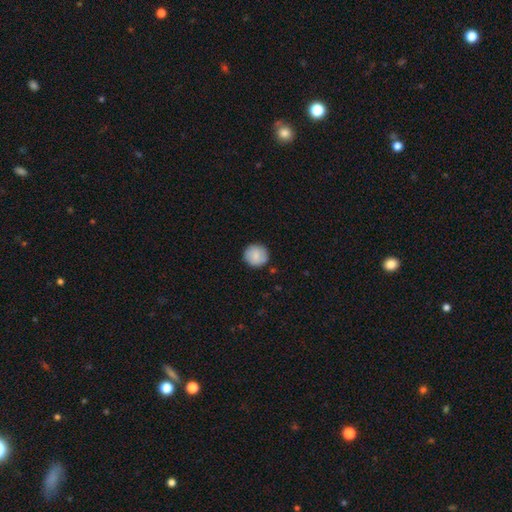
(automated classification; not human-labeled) This is clearly a smooth galaxy (85%). How rounded: clearly round (93%). Merging: clearly none (87%).